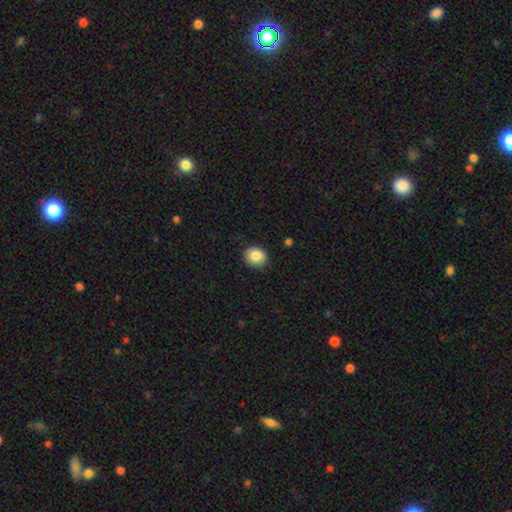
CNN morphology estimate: smooth 85%, star or artifact 9%, featured or disk 7%. Down the decision tree: how rounded — round (73%); merging — none (87%).